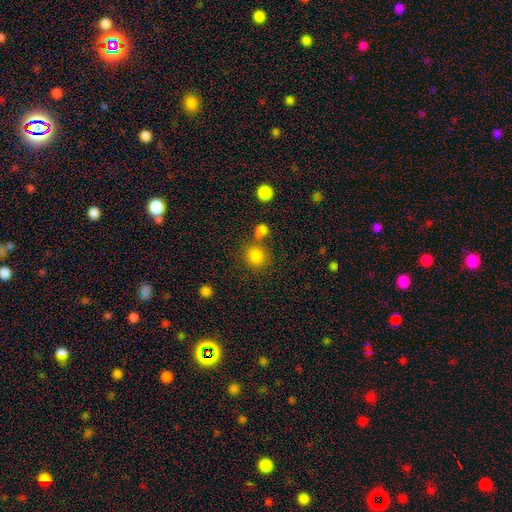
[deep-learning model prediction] Smooth or featured?
  - smooth: 83% *
  - star or artifact: 12%
  - featured or disk: 5%
How rounded?
  - round: 85% *
  - in between: 14%
  - cigar-shaped: 1%
Merging?
  - none: 65% *
  - merger: 21%
  - minor disturbance: 10%
  - major disturbance: 5%